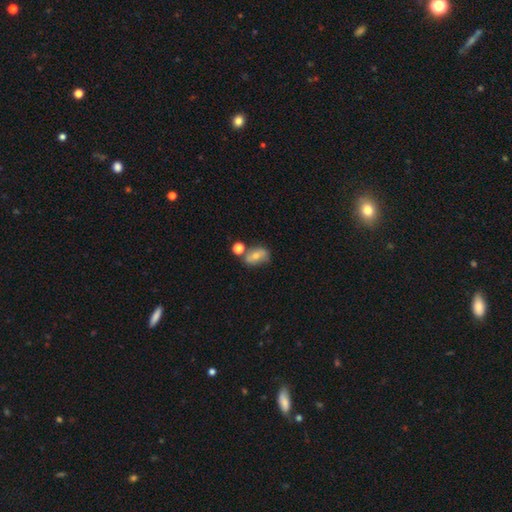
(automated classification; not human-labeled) smooth-or-featured: smooth: 66% | featured or disk: 24% | star or artifact: 11%
  how-rounded: in between: 77% | round: 20% | cigar-shaped: 2%
  merging: none: 51% | merger: 22% | minor disturbance: 21% | major disturbance: 7%